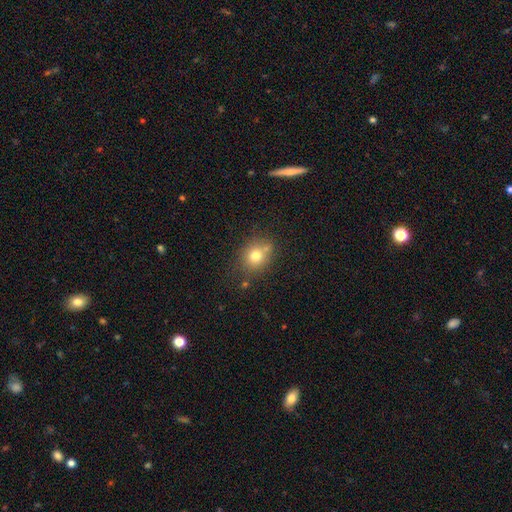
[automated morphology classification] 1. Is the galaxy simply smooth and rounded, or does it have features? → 74% smooth, 13% featured or disk, 13% star or artifact.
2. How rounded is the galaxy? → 66% round, 33% in between, 1% cigar-shaped.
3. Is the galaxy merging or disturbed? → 67% none, 16% minor disturbance, 12% merger, 5% major disturbance.